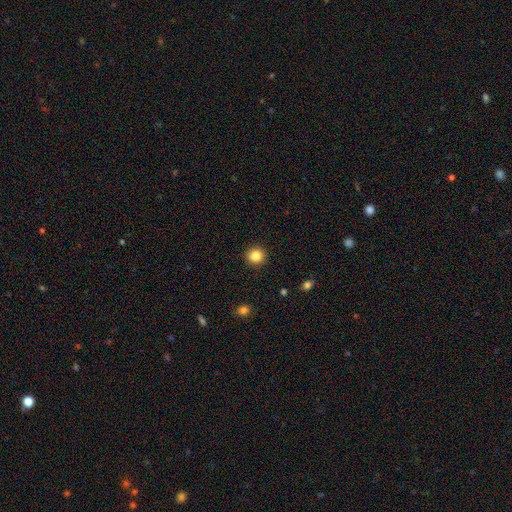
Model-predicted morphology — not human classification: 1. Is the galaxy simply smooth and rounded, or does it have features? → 85% smooth, 10% star or artifact, 4% featured or disk.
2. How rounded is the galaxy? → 88% round, 11% in between, 1% cigar-shaped.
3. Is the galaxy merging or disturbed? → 91% none, 6% minor disturbance, 2% major disturbance, 1% merger.